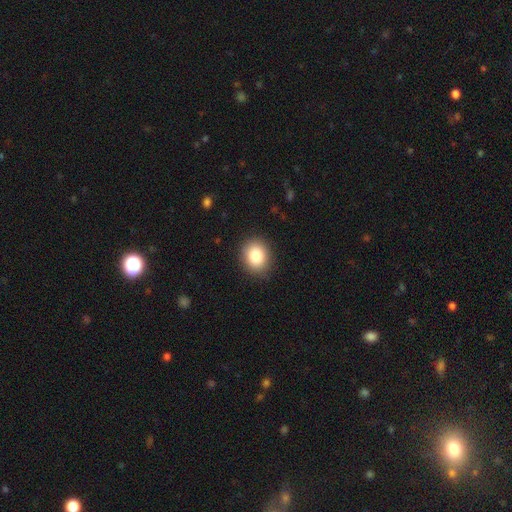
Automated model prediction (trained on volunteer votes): Morphology: type=smooth (86%); roundness=round (57%); merging=none (88%).